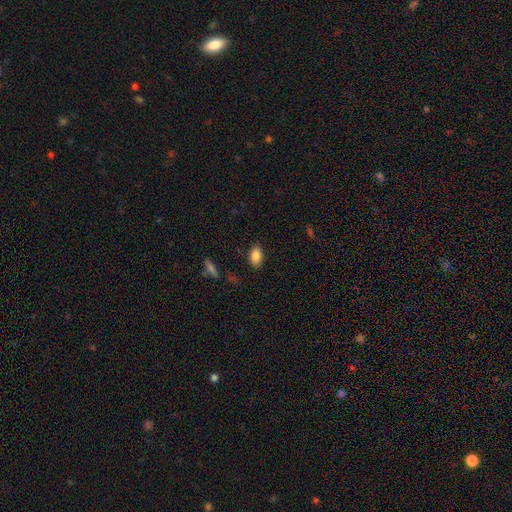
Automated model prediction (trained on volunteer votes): Smooth or featured? Predicted: smooth (p=0.86). How rounded? Predicted: in between (p=0.91). Merging? Predicted: none (p=0.85).